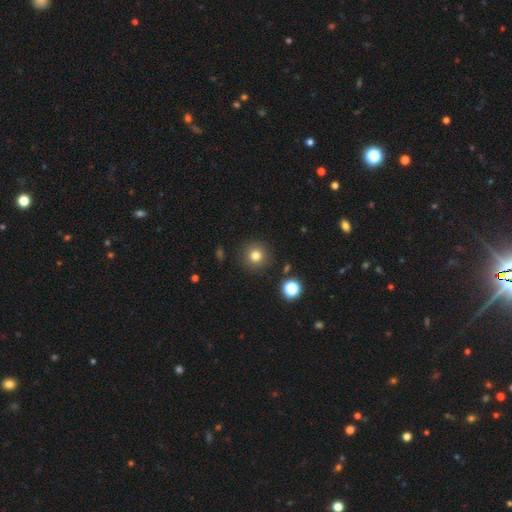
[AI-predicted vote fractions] Overall: smooth (79%). How rounded: round (95%). Merging: none (89%).